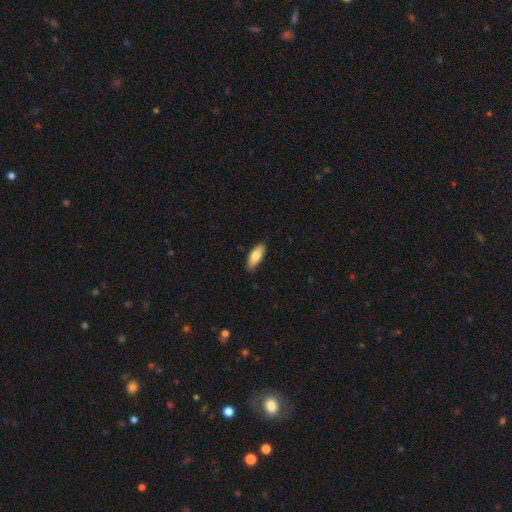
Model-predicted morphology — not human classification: type=smooth (79%); roundness=in between (75%); merging=none (84%).